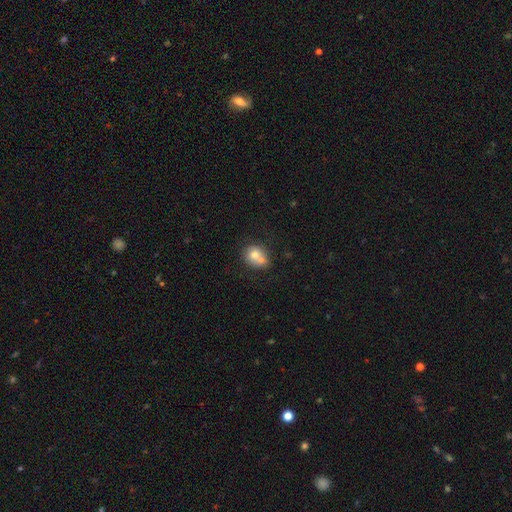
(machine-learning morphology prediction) Smooth or featured? Predicted: smooth (p=0.71). How rounded? Predicted: round (p=0.64). Merging? Predicted: merger (p=0.48).